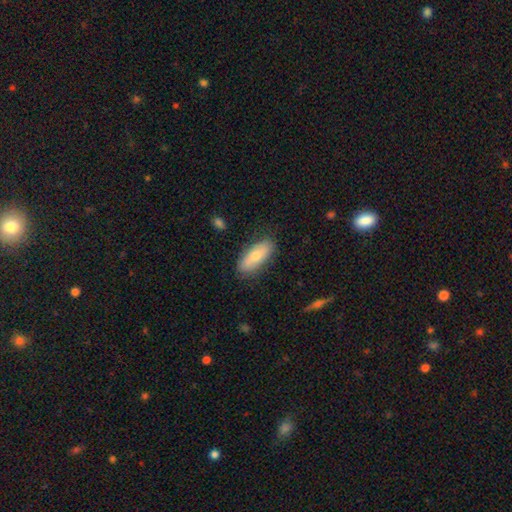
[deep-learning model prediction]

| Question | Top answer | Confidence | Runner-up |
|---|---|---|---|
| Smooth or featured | smooth | 69% | featured or disk (25%) |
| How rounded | in between | 78% | cigar-shaped (20%) |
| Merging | none | 82% | minor disturbance (14%) |